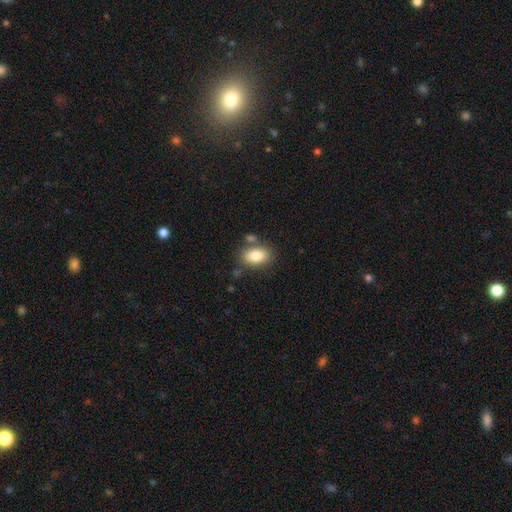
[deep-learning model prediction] Smooth or featured: smooth — 82% (featured or disk — 11%)
How rounded: in between — 87% (round — 11%)
Merging: none — 70% (minor disturbance — 14%)